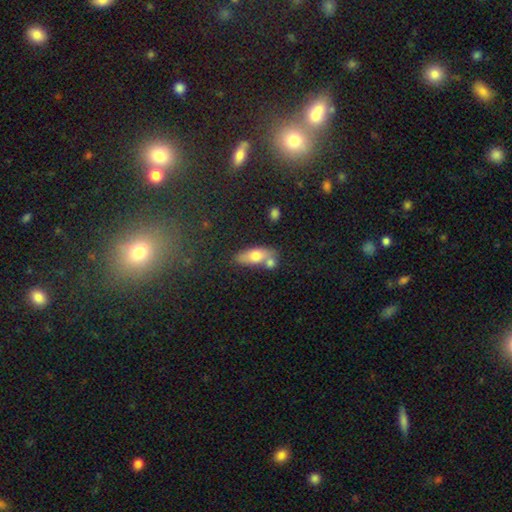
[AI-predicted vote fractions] Q: Smooth or featured?
A: smooth (69%); runner-up: featured or disk (23%)
Q: How rounded?
A: in between (76%); runner-up: cigar-shaped (19%)
Q: Merging?
A: none (48%); runner-up: merger (34%)